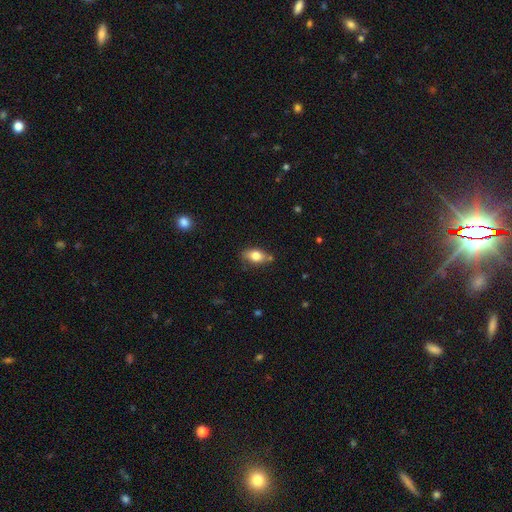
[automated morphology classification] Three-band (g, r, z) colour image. It shows a smooth galaxy with no disk features (78%) that is in between round and cigar-shaped (84%). Merging: none (70%).